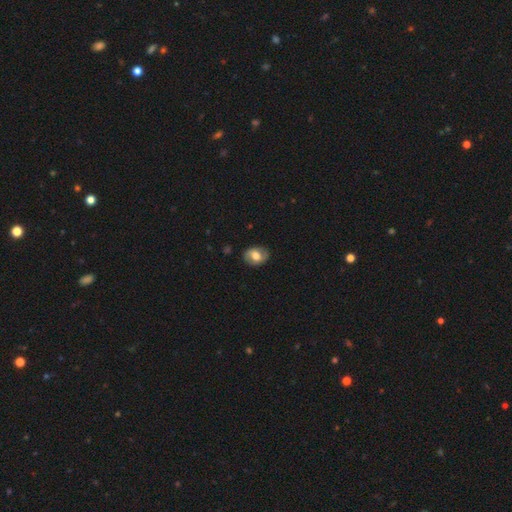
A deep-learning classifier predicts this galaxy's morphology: This appears to be a smooth galaxy with no disk features (58%) that is in between round and cigar-shaped (61%). Merging: none (83%).